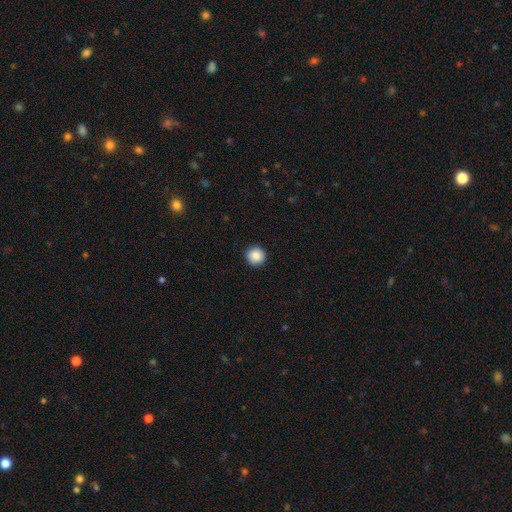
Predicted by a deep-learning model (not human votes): smooth-or-featured: smooth: 88% | star or artifact: 8% | featured or disk: 4%
  how-rounded: round: 95% | in between: 4% | cigar-shaped: 1%
  merging: none: 92% | minor disturbance: 5% | major disturbance: 2% | merger: 1%